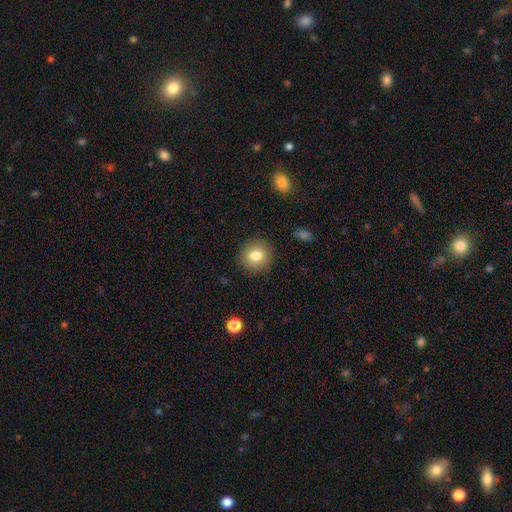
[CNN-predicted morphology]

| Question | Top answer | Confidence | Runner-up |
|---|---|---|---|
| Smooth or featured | smooth | 80% | featured or disk (10%) |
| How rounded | round | 91% | in between (8%) |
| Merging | none | 90% | minor disturbance (7%) |